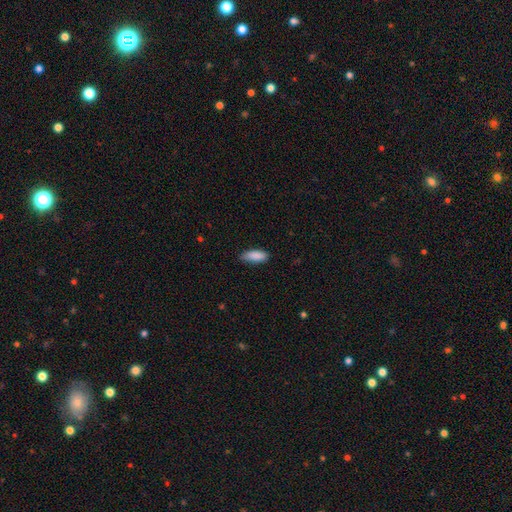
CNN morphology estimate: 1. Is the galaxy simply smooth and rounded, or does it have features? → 89% smooth, 6% star or artifact, 5% featured or disk.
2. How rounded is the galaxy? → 72% in between, 27% cigar-shaped, 2% round.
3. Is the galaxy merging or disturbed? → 75% none, 21% minor disturbance, 3% major disturbance, 1% merger.